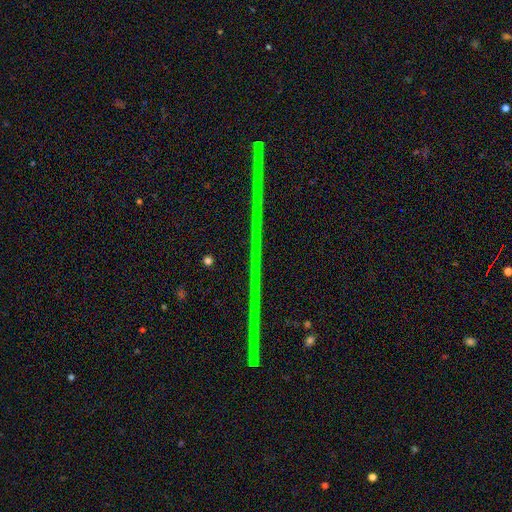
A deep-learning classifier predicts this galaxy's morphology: smooth-or-featured: star or artifact: 84% | featured or disk: 10% | smooth: 6%